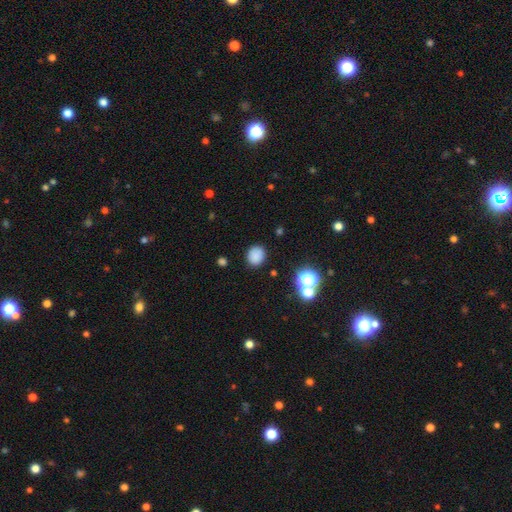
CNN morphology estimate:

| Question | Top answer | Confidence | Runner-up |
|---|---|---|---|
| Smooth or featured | smooth | 82% | star or artifact (13%) |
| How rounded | round | 76% | in between (23%) |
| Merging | none | 87% | minor disturbance (9%) |